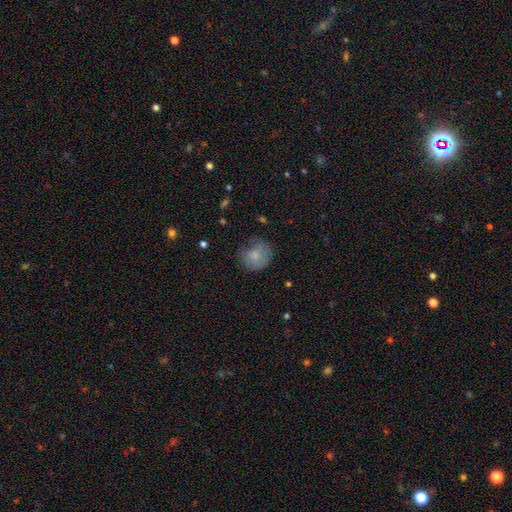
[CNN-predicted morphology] This is likely a smooth galaxy (78%). How rounded: clearly round (82%). Merging: possibly none (59%).